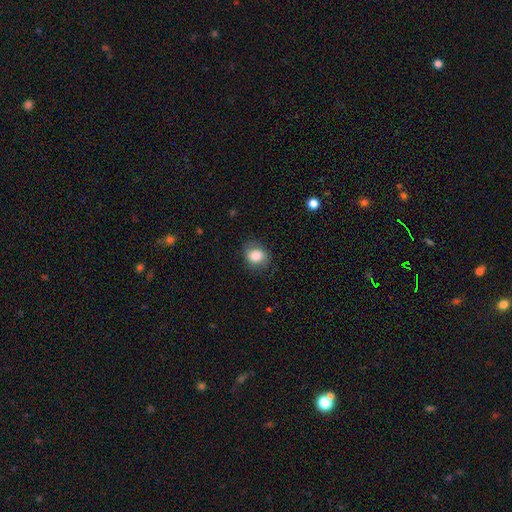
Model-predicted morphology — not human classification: This appears to be a smooth galaxy with no disk features (82%) that is round (54%). Merging: none (76%).